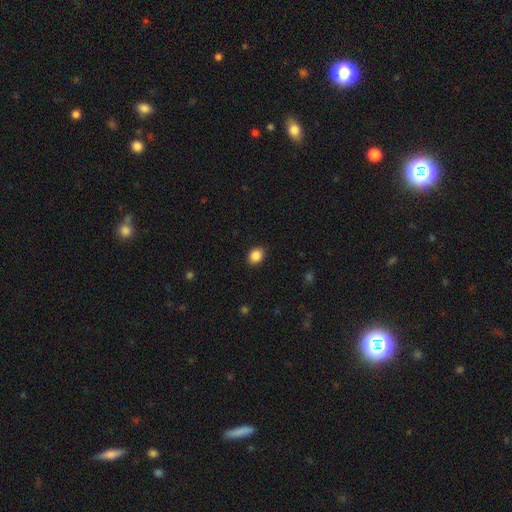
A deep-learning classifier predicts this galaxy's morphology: smooth 87%, star or artifact 9%, featured or disk 3%. Down the decision tree: how rounded — round (57%); merging — none (89%).